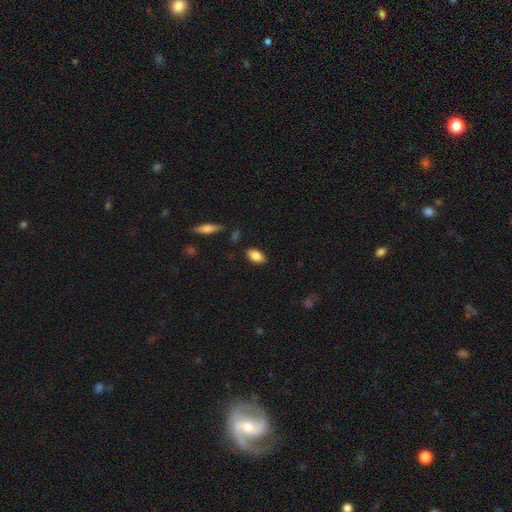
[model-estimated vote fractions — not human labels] Smooth or featured? smooth (84%)
How rounded? in between (91%)
Merging? none (85%)